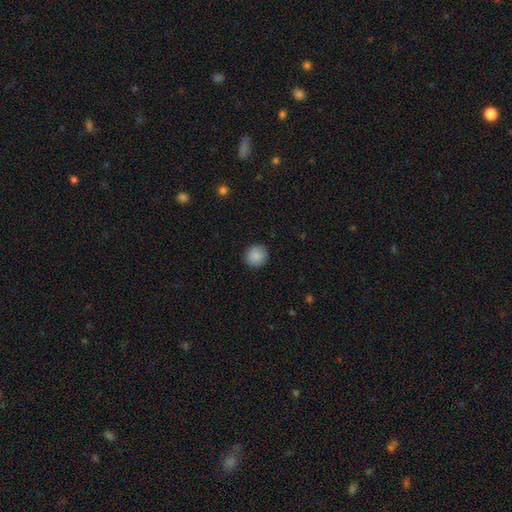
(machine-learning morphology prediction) Overall: smooth (88%). How rounded: round (91%). Merging: none (91%).